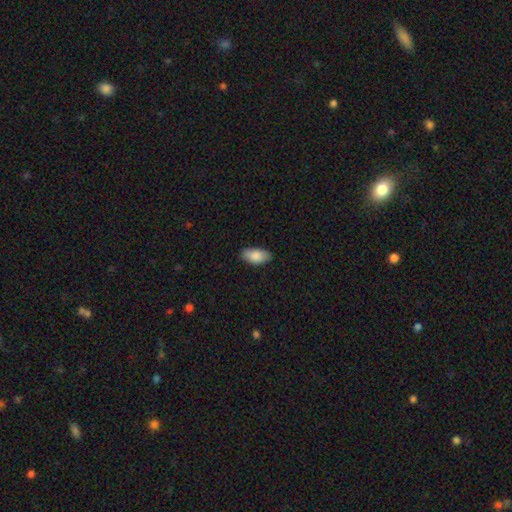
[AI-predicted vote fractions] Smooth or featured: smooth — 87% (featured or disk — 7%)
How rounded: in between — 93% (cigar-shaped — 4%)
Merging: none — 84% (minor disturbance — 13%)